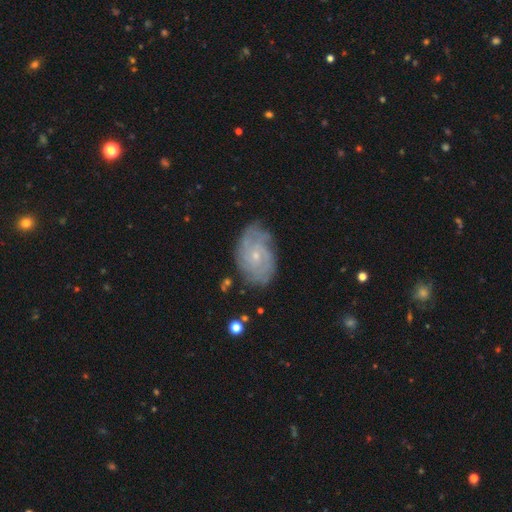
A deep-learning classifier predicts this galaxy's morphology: Smooth or featured?
  - featured or disk: 78% *
  - smooth: 14%
  - star or artifact: 7%
Edge-on disk?
  - no: 96% *
  - yes: 4%
Bar?
  - no: 72% *
  - weak: 24%
  - strong: 4%
Spiral arms?
  - yes: 93% *
  - no: 7%
Spiral winding?
  - tight: 65% *
  - medium: 27%
  - loose: 7%
Spiral arm count?
  - can't tell: 40% *
  - 2: 21%
  - 3: 16%
  - 4: 11%
  - more than 4: 6%
  - 1: 6%
Bulge size?
  - small: 79% *
  - moderate: 17%
  - none: 2%
  - large: 1%
  - dominant: 1%
Merging?
  - none: 75% *
  - minor disturbance: 19%
  - major disturbance: 5%
  - merger: 2%